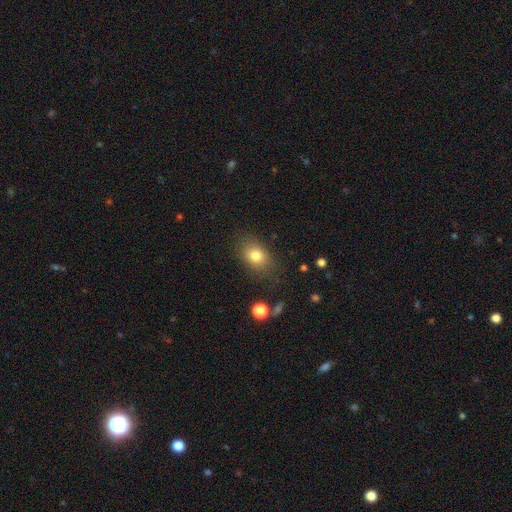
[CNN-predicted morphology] Q: Smooth or featured?
A: smooth (78%); runner-up: featured or disk (11%)
Q: How rounded?
A: in between (69%); runner-up: round (30%)
Q: Merging?
A: none (78%); runner-up: minor disturbance (15%)